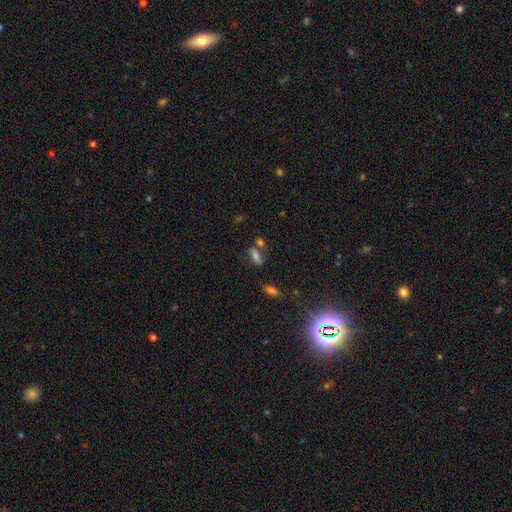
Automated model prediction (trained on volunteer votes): smooth-or-featured: smooth: 65% | featured or disk: 20% | star or artifact: 15%
  how-rounded: in between: 75% | cigar-shaped: 18% | round: 7%
  merging: none: 57% | merger: 20% | minor disturbance: 16% | major disturbance: 7%